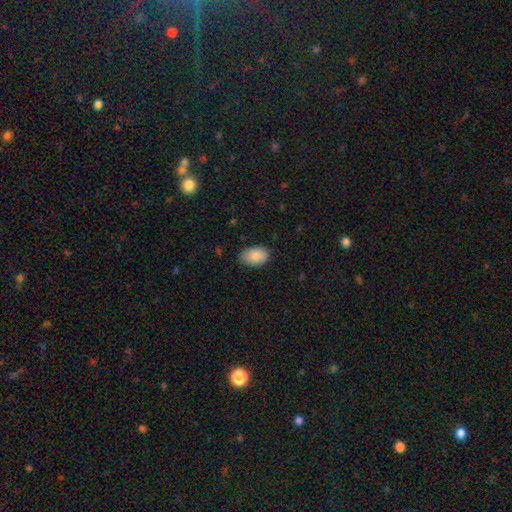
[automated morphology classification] smooth-or-featured: smooth: 88% | star or artifact: 6% | featured or disk: 5%
  how-rounded: in between: 91% | round: 8% | cigar-shaped: 1%
  merging: none: 84% | minor disturbance: 12% | major disturbance: 2% | merger: 1%